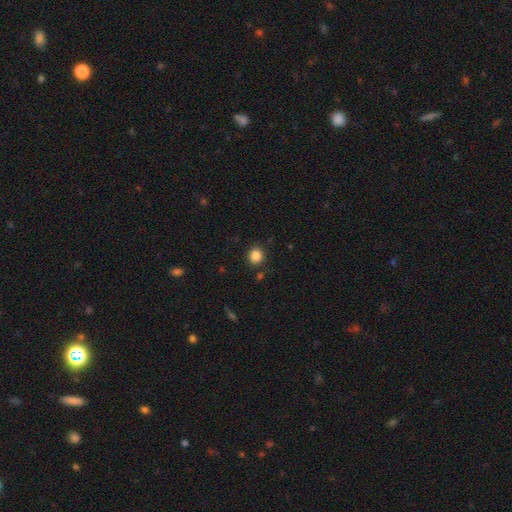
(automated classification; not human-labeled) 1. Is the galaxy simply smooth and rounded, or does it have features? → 85% smooth, 11% star or artifact, 4% featured or disk.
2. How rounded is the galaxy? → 88% round, 11% in between, 1% cigar-shaped.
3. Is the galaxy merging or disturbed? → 87% none, 8% minor disturbance, 3% merger, 3% major disturbance.